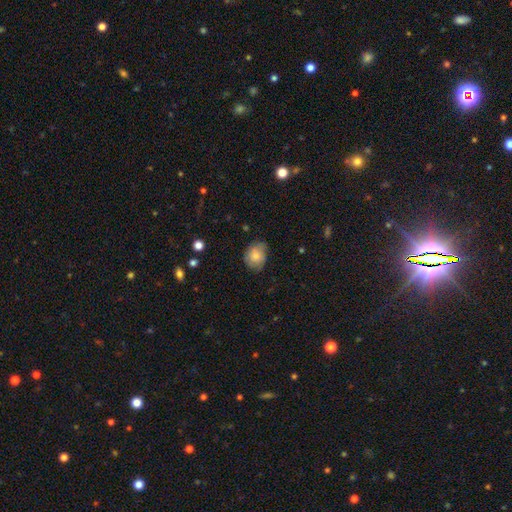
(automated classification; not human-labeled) Overall: smooth (75%). How rounded: round (56%; in between 43%). Merging: none (66%; minor disturbance 27%).